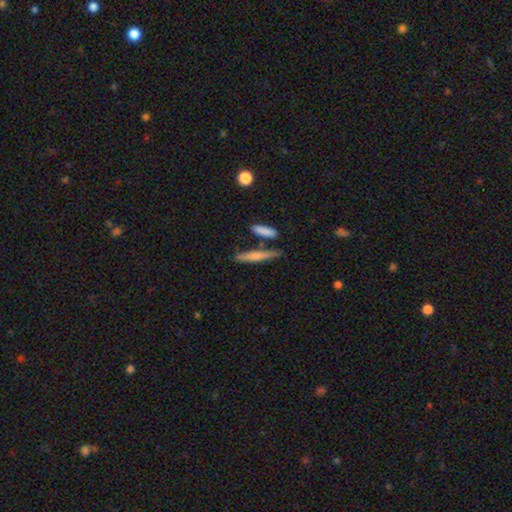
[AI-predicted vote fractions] A smooth galaxy with no disk features (61%) that is cigar-shaped (88%).

Vote fractions:
- Smooth or featured? smooth: 61% / featured or disk: 33% / star or artifact: 6%
- How rounded? cigar-shaped: 88% / in between: 9% / round: 2%
- Merging? none: 73% / minor disturbance: 12% / merger: 11% / major disturbance: 3%